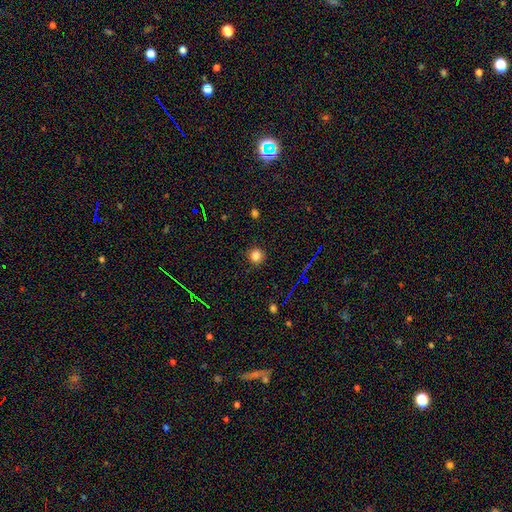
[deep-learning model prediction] Smooth or featured? Predicted: smooth (p=0.81). How rounded? Predicted: round (p=0.92). Merging? Predicted: none (p=0.90).